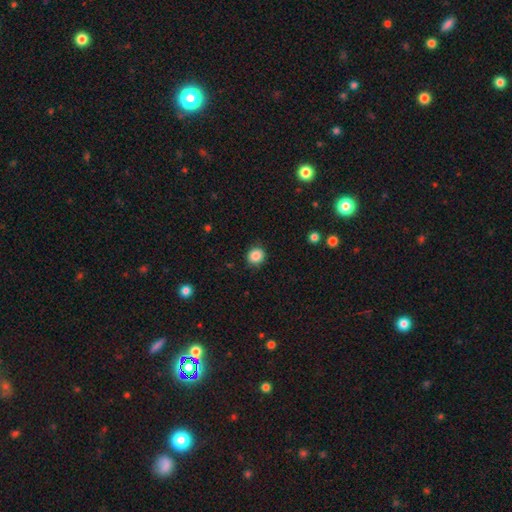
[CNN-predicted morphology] Smooth or featured?
  - smooth: 87% *
  - star or artifact: 10%
  - featured or disk: 3%
How rounded?
  - round: 85% *
  - in between: 14%
  - cigar-shaped: 1%
Merging?
  - none: 89% *
  - minor disturbance: 8%
  - major disturbance: 2%
  - merger: 1%